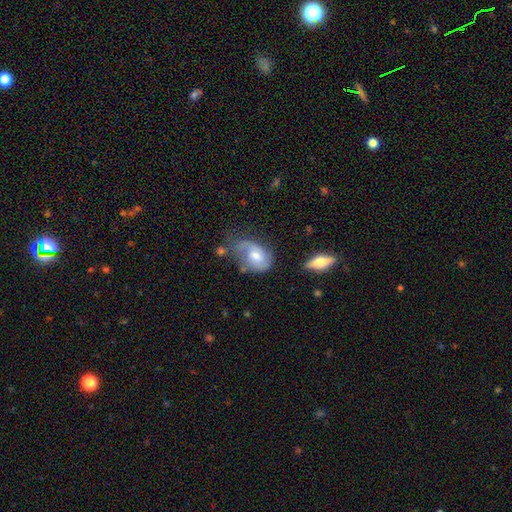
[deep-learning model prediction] A featured or disk galaxy (63%) with no bar (61%), 2 (56%) medium (41%) spiral arms (86%) and a moderate central bulge (62%). Merging: none (43%).